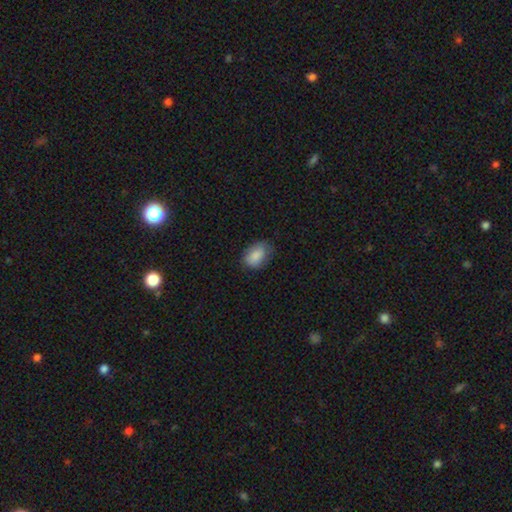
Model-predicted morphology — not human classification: Smooth or featured?
  - smooth: 87% *
  - star or artifact: 7%
  - featured or disk: 6%
How rounded?
  - in between: 84% *
  - round: 15%
  - cigar-shaped: 1%
Merging?
  - none: 73% *
  - minor disturbance: 21%
  - major disturbance: 5%
  - merger: 1%